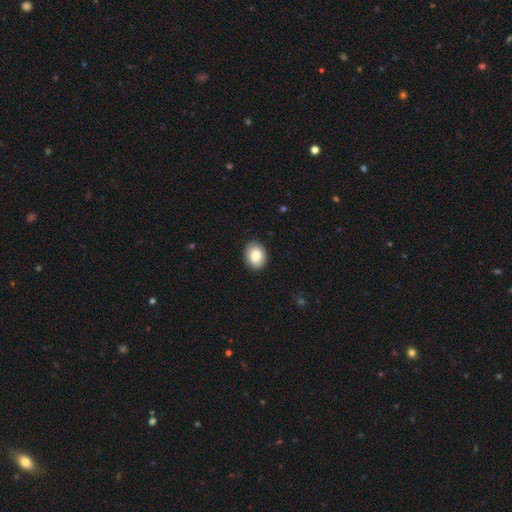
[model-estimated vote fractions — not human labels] smooth_or_featured: smooth (p=0.84) [alt: featured or disk p=0.09]
how_rounded: in between (p=0.62) [alt: round p=0.37]
merging: none (p=0.88) [alt: minor disturbance p=0.09]